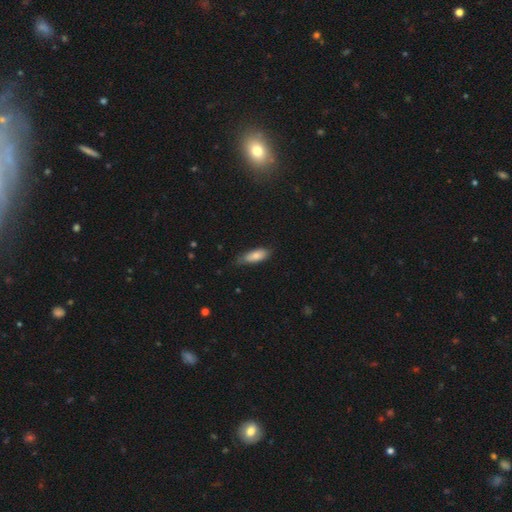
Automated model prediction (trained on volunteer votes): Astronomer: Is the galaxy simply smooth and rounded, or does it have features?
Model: smooth — 77%.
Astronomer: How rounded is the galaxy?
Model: in between — 70%.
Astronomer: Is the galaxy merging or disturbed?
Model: none — 64%.